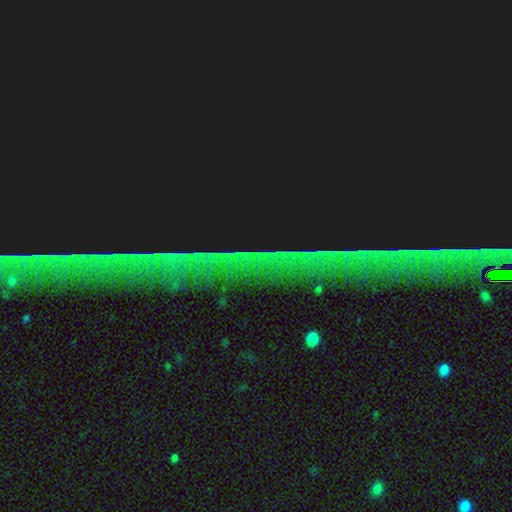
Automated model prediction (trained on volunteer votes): This is clearly a star or artifact rather than a galaxy (82%).